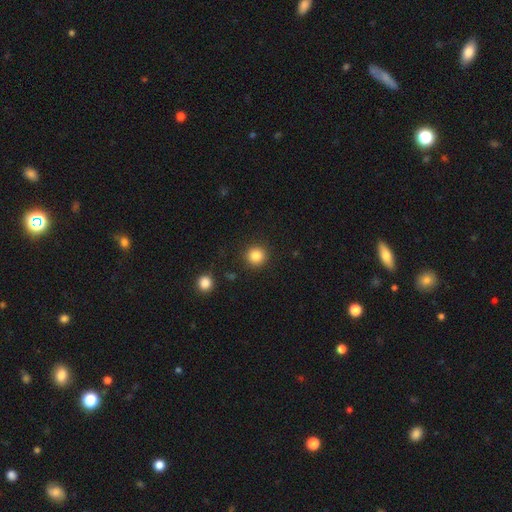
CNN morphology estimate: A smooth galaxy with no disk features (85%) that is round (94%).

Vote fractions:
- Smooth or featured? smooth: 85% / star or artifact: 10% / featured or disk: 4%
- How rounded? round: 94% / in between: 5% / cigar-shaped: 1%
- Merging? none: 90% / minor disturbance: 6% / major disturbance: 2% / merger: 2%